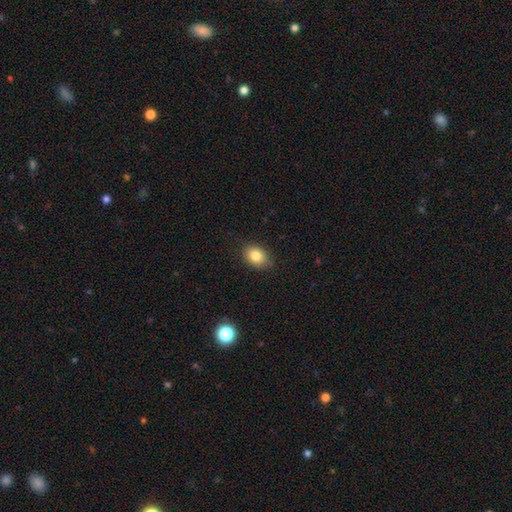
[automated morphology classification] type=smooth (84%); roundness=in between (71%); merging=none (82%).